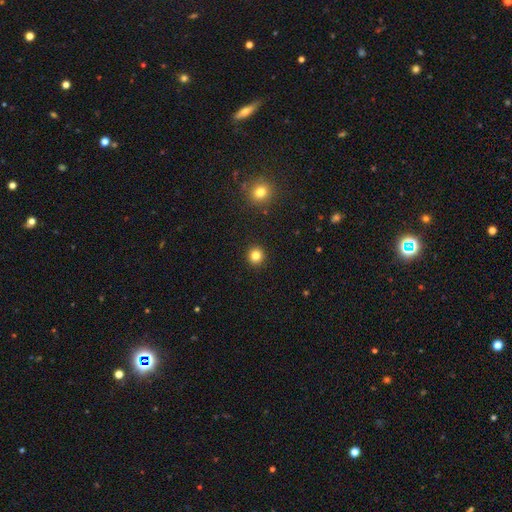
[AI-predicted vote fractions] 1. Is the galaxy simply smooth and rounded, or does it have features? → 81% smooth, 13% star or artifact, 6% featured or disk.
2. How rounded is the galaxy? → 93% round, 6% in between, 1% cigar-shaped.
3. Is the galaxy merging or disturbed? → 93% none, 4% minor disturbance, 2% major disturbance, 1% merger.